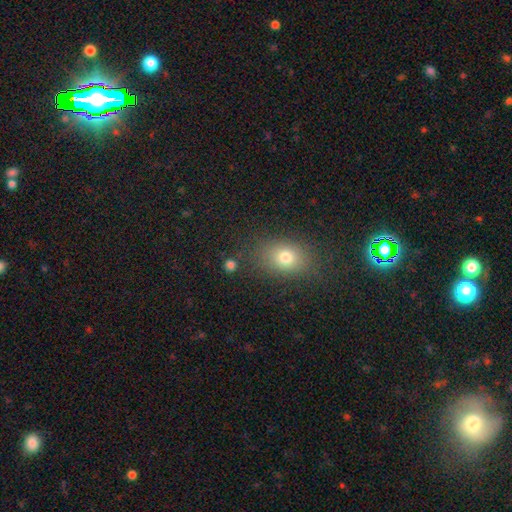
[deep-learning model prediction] smooth_or_featured: smooth (p=0.62) [alt: star or artifact p=0.29]
how_rounded: in between (p=0.61) [alt: round p=0.38]
merging: none (p=0.85) [alt: minor disturbance p=0.09]